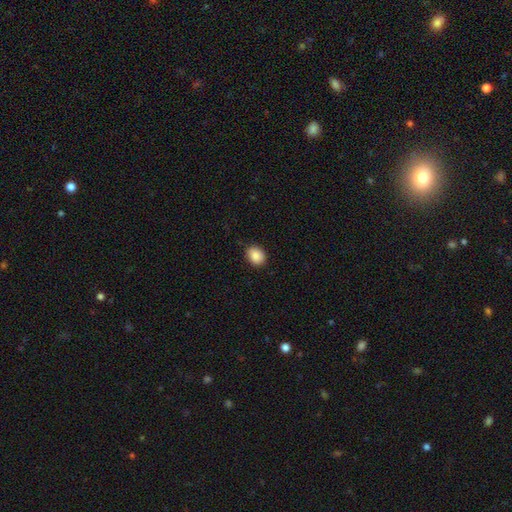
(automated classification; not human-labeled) smooth_or_featured: smooth (p=0.88) [alt: star or artifact p=0.08]
how_rounded: round (p=0.51) [alt: in between p=0.48]
merging: none (p=0.87) [alt: minor disturbance p=0.10]